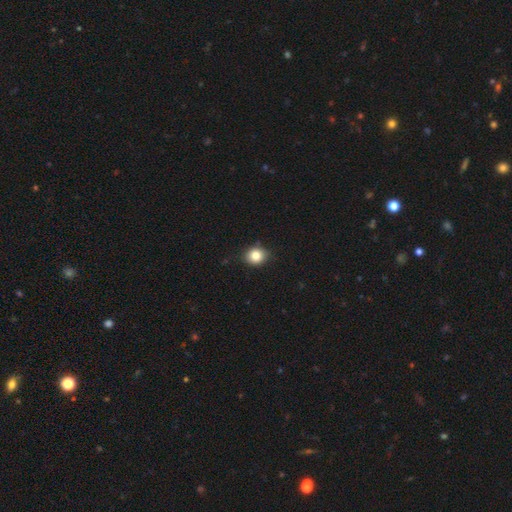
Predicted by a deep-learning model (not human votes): Smooth or featured? smooth (83%)
How rounded? round (71%)
Merging? none (84%)